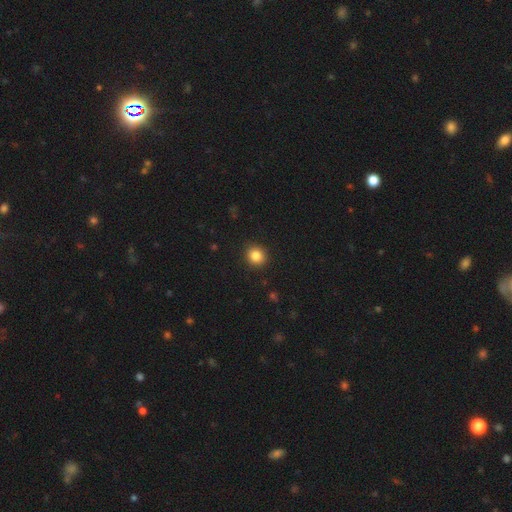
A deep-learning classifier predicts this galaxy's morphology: type=smooth (85%); roundness=round (88%); merging=none (92%).